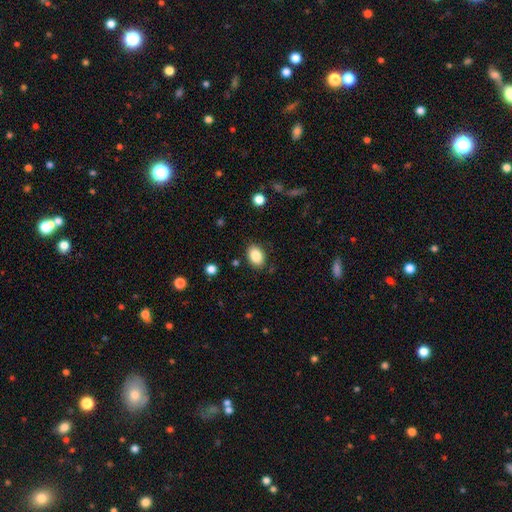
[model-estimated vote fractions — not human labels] This is clearly a smooth galaxy (86%). How rounded: likely in between (79%). Merging: clearly none (85%).